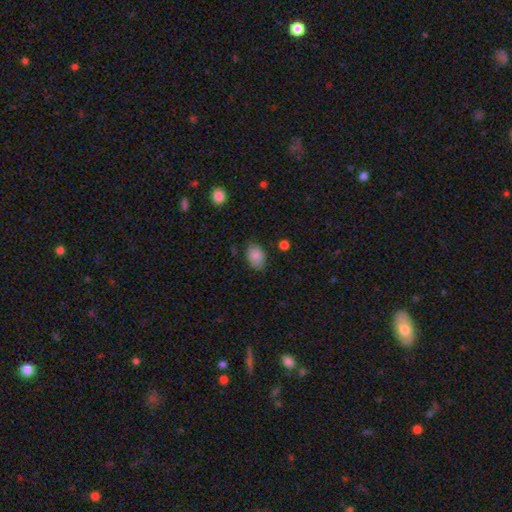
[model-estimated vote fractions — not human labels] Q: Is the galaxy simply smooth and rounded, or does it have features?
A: smooth — 84%.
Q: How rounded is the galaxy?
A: in between — 81%.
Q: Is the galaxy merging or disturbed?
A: none — 76%.